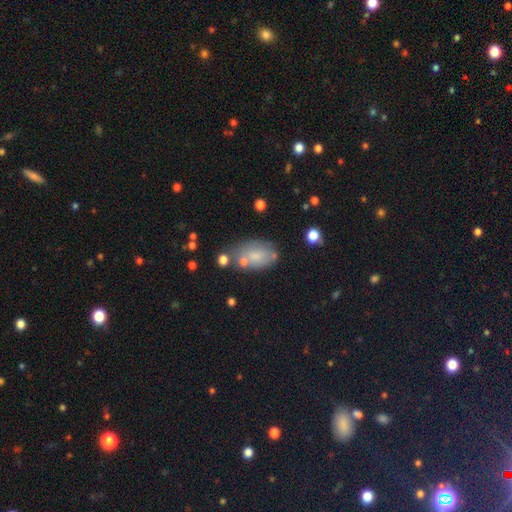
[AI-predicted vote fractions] Smooth or featured?
  - smooth: 70% *
  - featured or disk: 20%
  - star or artifact: 10%
How rounded?
  - in between: 89% *
  - round: 10%
  - cigar-shaped: 2%
Merging?
  - none: 61% *
  - minor disturbance: 20%
  - merger: 12%
  - major disturbance: 7%